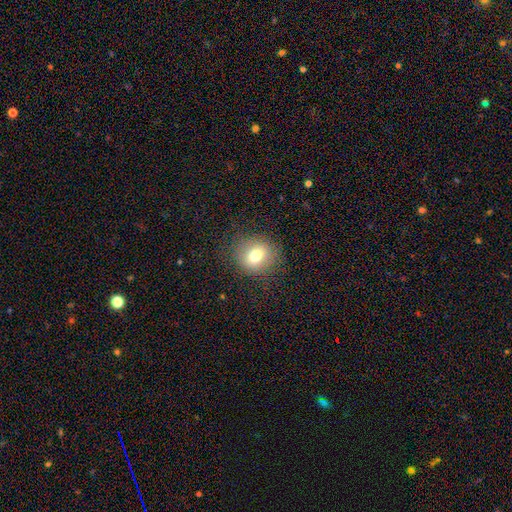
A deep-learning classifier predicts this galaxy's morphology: smooth-or-featured: smooth: 73% | featured or disk: 14% | star or artifact: 12%
  how-rounded: round: 78% | in between: 21% | cigar-shaped: 1%
  merging: none: 84% | minor disturbance: 10% | major disturbance: 5% | merger: 1%